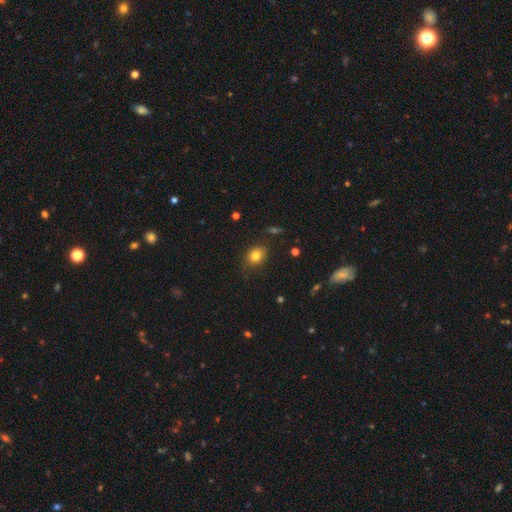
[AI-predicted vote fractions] This appears to be a smooth galaxy with no disk features (81%) that is in between round and cigar-shaped (56%). Merging: none (81%).